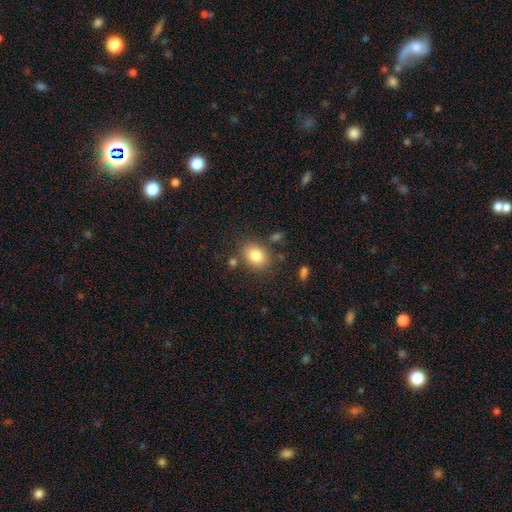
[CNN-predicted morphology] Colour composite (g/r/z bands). It shows a smooth galaxy with no disk features (83%) that is in between round and cigar-shaped (60%). Merging: none (77%).